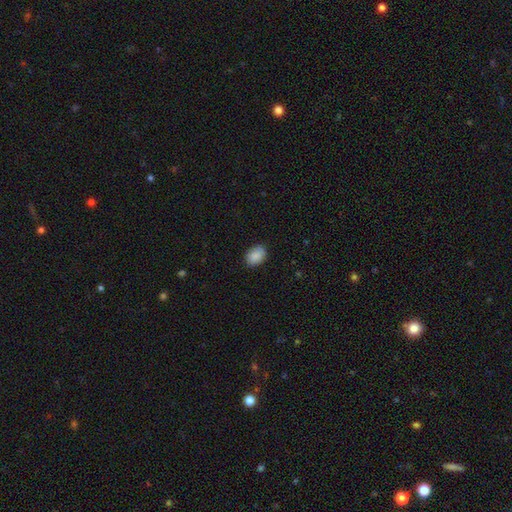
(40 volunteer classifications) A smooth galaxy with no disk features (98%) that is in between round and cigar-shaped (74%). Merging: none (82%).